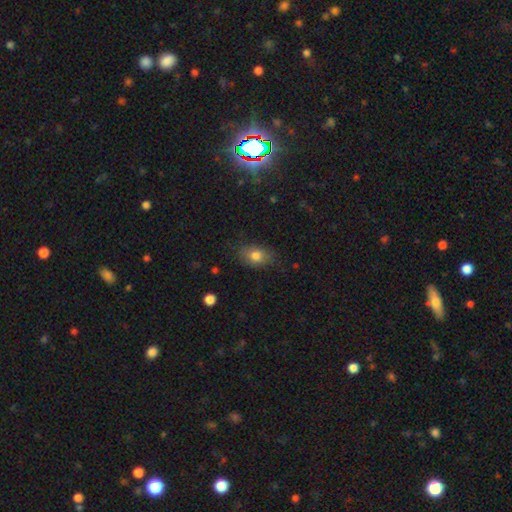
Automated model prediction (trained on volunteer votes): smooth 80%, featured or disk 11%, star or artifact 9%. Down the decision tree: how rounded — in between (78%); merging — none (75%).